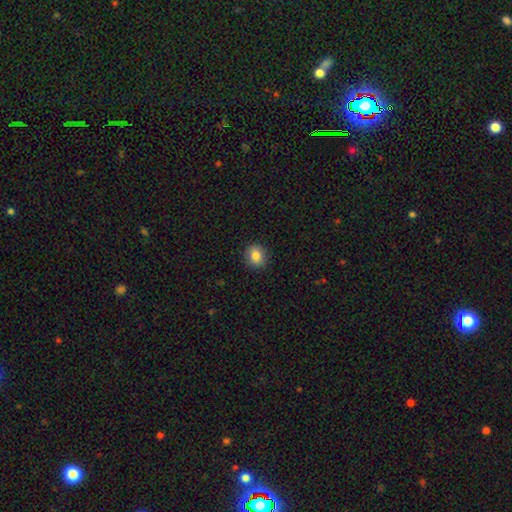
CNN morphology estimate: A smooth galaxy with no disk features (83%) that is round (75%). Merging: none (90%).